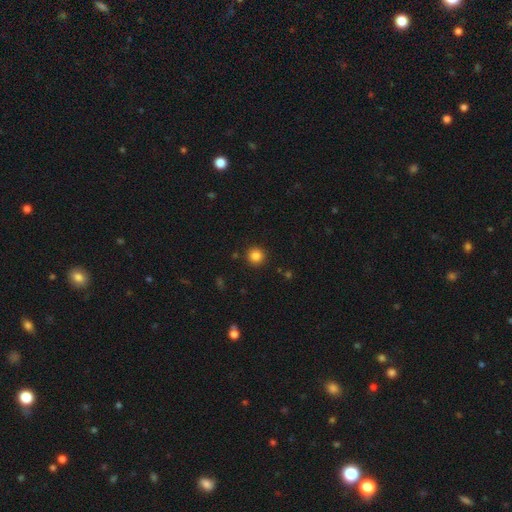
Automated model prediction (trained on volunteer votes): Overall: smooth (85%). How rounded: round (94%). Merging: none (90%).